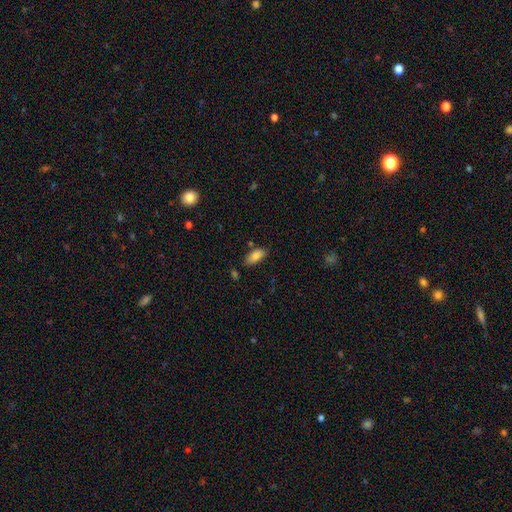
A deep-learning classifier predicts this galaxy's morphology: This is clearly a smooth galaxy (81%). How rounded: clearly in between (88%). Merging: likely none (79%).